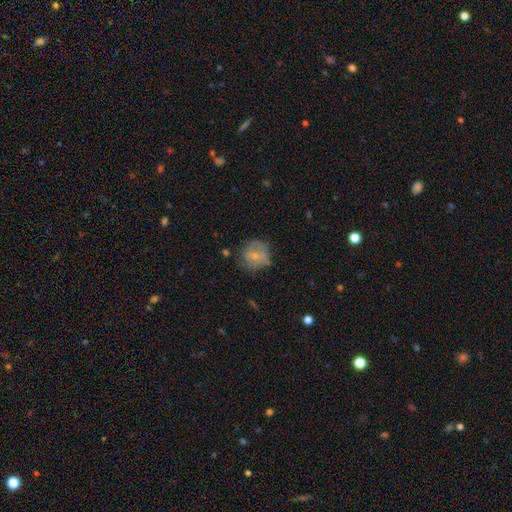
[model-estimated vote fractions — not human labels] Q: Smooth or featured?
A: smooth (57%); runner-up: featured or disk (34%)
Q: How rounded?
A: round (81%); runner-up: in between (18%)
Q: Merging?
A: none (59%); runner-up: minor disturbance (27%)